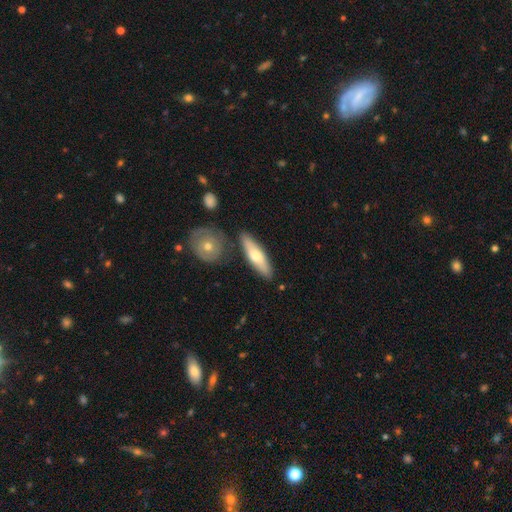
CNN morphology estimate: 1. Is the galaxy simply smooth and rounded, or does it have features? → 57% smooth, 37% featured or disk, 5% star or artifact.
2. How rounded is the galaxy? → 63% cigar-shaped, 35% in between, 2% round.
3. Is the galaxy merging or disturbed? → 82% none, 10% minor disturbance, 6% merger, 2% major disturbance.